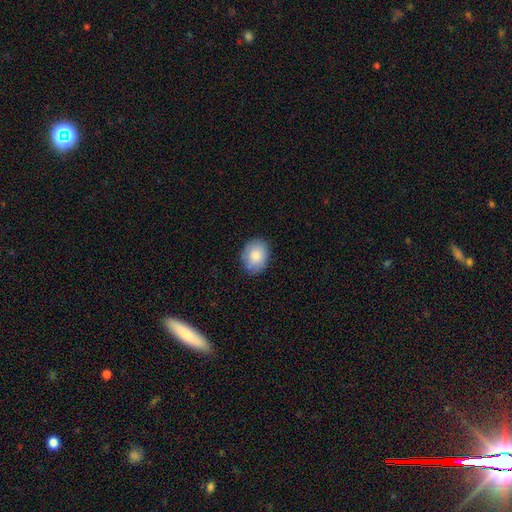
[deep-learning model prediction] smooth_or_featured: smooth (p=0.83) [alt: featured or disk p=0.10]
how_rounded: in between (p=0.59) [alt: round p=0.40]
merging: none (p=0.81) [alt: minor disturbance p=0.15]